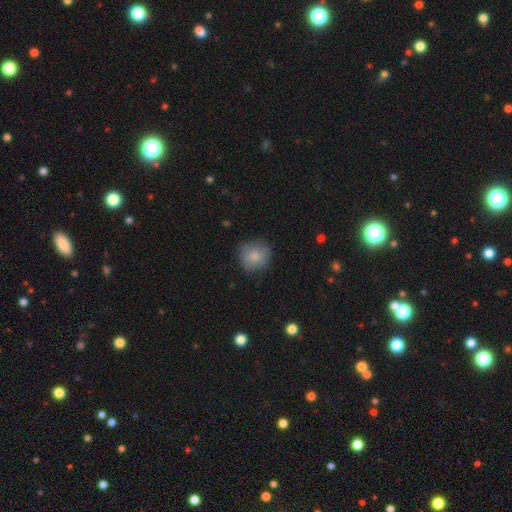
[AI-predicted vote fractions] Smooth or featured: smooth — 82% (featured or disk — 10%)
How rounded: round — 89% (in between — 10%)
Merging: none — 79% (minor disturbance — 16%)